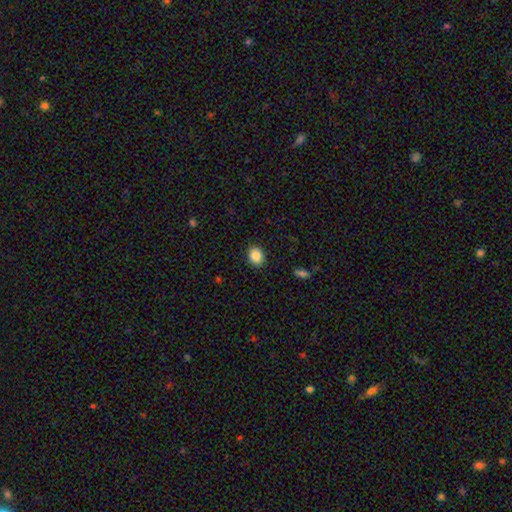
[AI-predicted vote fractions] A smooth galaxy with no disk features (87%) that is round (54%).

Vote fractions:
- Smooth or featured? smooth: 87% / star or artifact: 9% / featured or disk: 4%
- How rounded? round: 54% / in between: 45% / cigar-shaped: 1%
- Merging? none: 89% / minor disturbance: 8% / major disturbance: 2% / merger: 1%